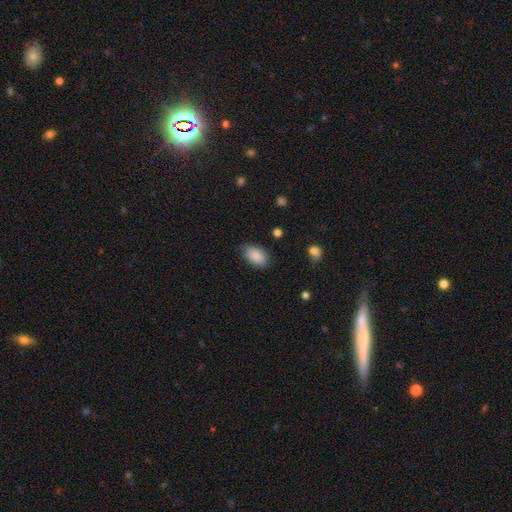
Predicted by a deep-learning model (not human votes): The model was most divided on "merging": none: 83%, minor disturbance: 13%, major disturbance: 3%, merger: 1%. More confident: how rounded — in between (92%); smooth or featured — smooth (89%).